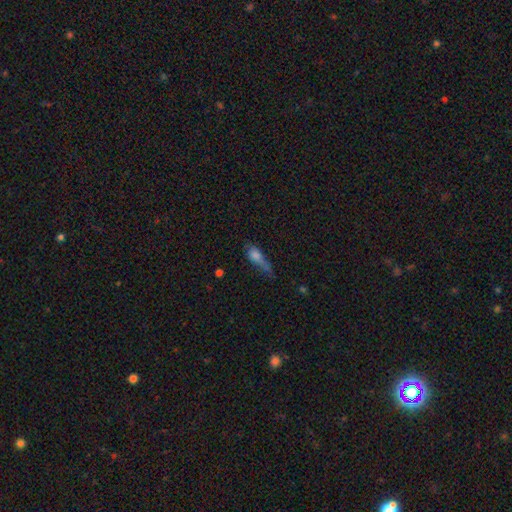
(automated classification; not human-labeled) Overall: smooth (68%). How rounded: in between (55%; cigar-shaped 37%). Merging: minor disturbance (32%; major disturbance 31%).